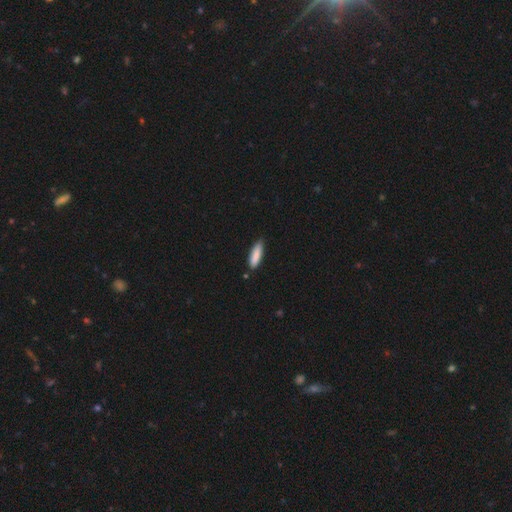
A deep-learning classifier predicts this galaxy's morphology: smooth-or-featured: smooth: 87% | featured or disk: 7% | star or artifact: 6%
  how-rounded: cigar-shaped: 60% | in between: 39% | round: 1%
  merging: none: 79% | minor disturbance: 17% | major disturbance: 2% | merger: 2%